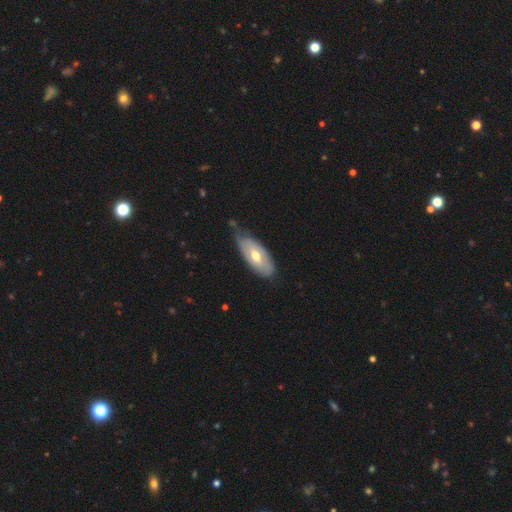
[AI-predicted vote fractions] Smooth or featured? Predicted: smooth (p=0.51). How rounded? Predicted: in between (p=0.86). Merging? Predicted: none (p=0.59).